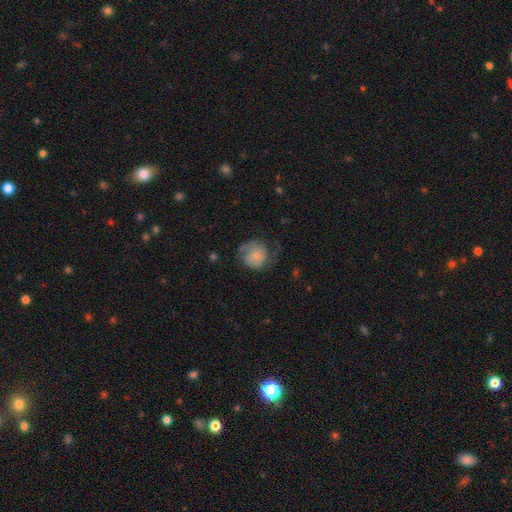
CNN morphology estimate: A smooth galaxy with no disk features (57%) that is round (81%).

Vote fractions:
- Smooth or featured? smooth: 57% / featured or disk: 35% / star or artifact: 8%
- How rounded? round: 81% / in between: 18% / cigar-shaped: 1%
- Merging? none: 46% / minor disturbance: 28% / major disturbance: 24% / merger: 2%